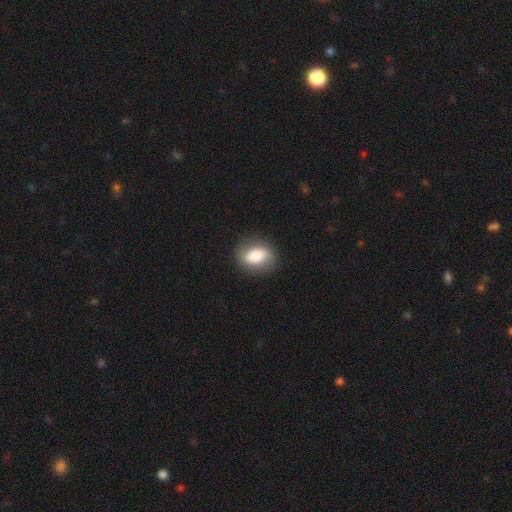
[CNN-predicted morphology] smooth 68%, featured or disk 24%, star or artifact 8%. Down the decision tree: how rounded — in between (57%); merging — none (84%).